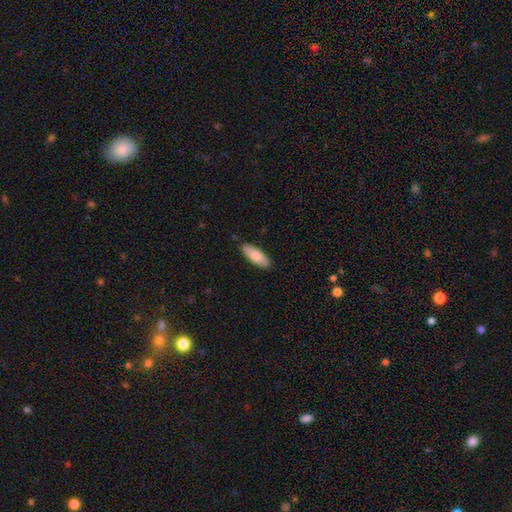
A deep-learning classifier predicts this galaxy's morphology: smooth_or_featured: smooth (p=0.81) [alt: featured or disk p=0.13]
how_rounded: in between (p=0.66) [alt: cigar-shaped p=0.32]
merging: none (p=0.86) [alt: minor disturbance p=0.11]